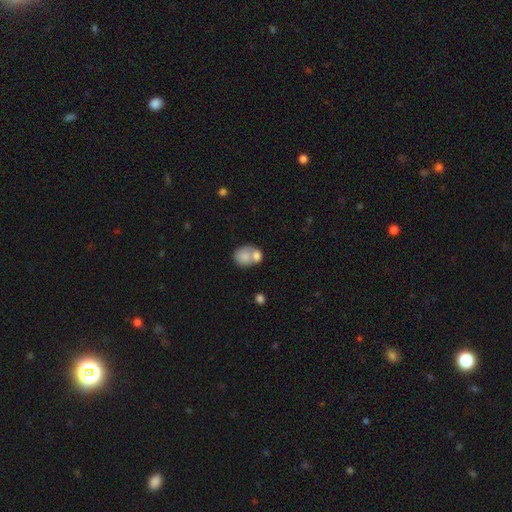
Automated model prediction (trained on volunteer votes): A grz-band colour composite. It shows a smooth galaxy with no disk features (73%) that is round (57%). Merging: merger (62%).